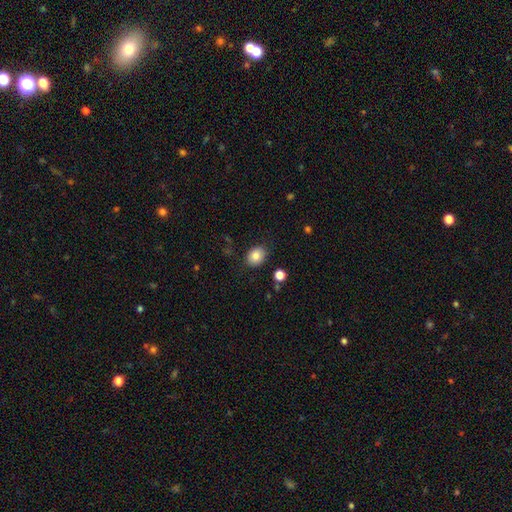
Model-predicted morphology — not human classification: Q: Smooth or featured?
A: smooth (84%); runner-up: star or artifact (9%)
Q: How rounded?
A: in between (53%); runner-up: round (47%)
Q: Merging?
A: none (85%); runner-up: minor disturbance (10%)